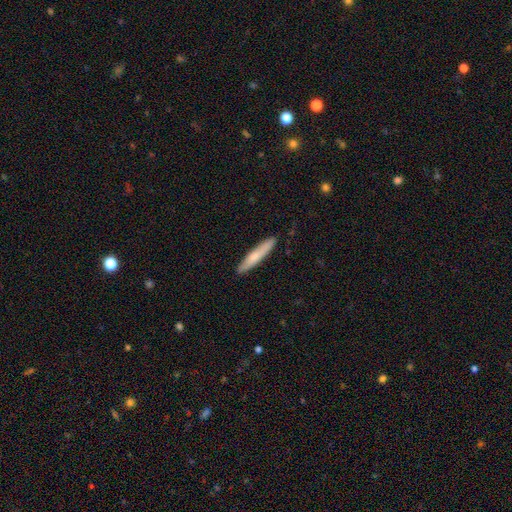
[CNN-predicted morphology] Overall: smooth (67%). How rounded: cigar-shaped (93%). Merging: none (90%).